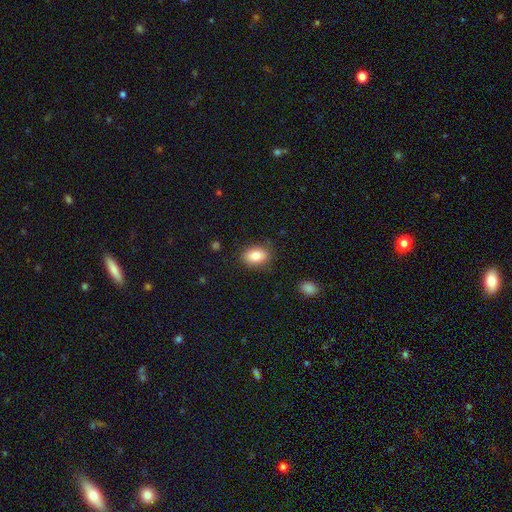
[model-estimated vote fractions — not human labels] smooth 83%, featured or disk 9%, star or artifact 8%. Down the decision tree: how rounded — in between (83%); merging — none (84%).